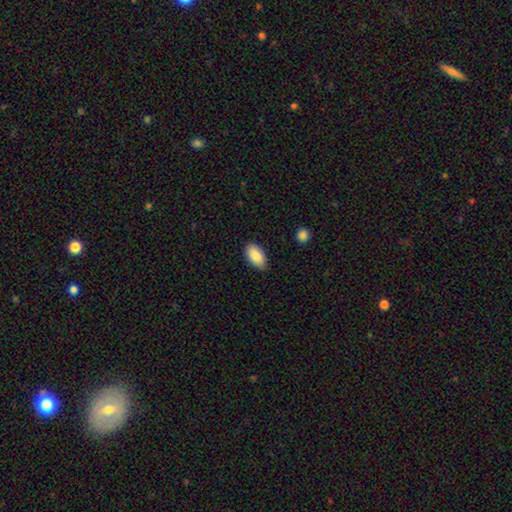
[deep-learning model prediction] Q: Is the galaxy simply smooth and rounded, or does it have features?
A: smooth — 87%.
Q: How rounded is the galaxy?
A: in between — 94%.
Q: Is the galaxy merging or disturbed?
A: none — 85%.